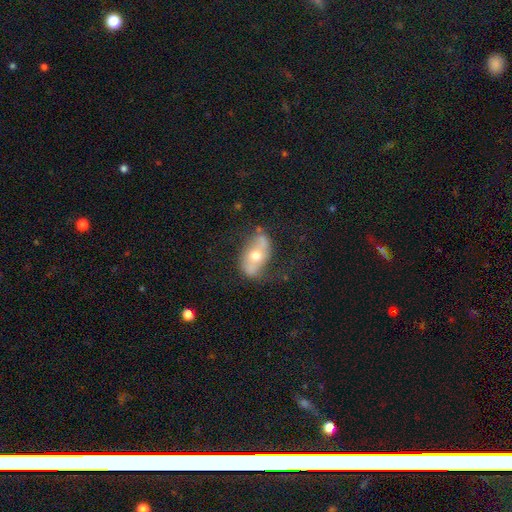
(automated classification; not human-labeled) A featured or disk galaxy (60%) with no bar (48%), spiral arms (59%) and a moderate central bulge (74%).

Vote fractions:
- Smooth or featured? featured or disk: 60% / smooth: 33% / star or artifact: 7%
- Edge-on disk? no: 87% / yes: 13%
- Bar? no: 48% / strong: 28% / weak: 24%
- Spiral arms? yes: 59% / no: 41%
- Bulge size? moderate: 74% / small: 17% / large: 7% / dominant: 1% / none: 1%
- Merging? none: 65% / minor disturbance: 22% / major disturbance: 10% / merger: 3%